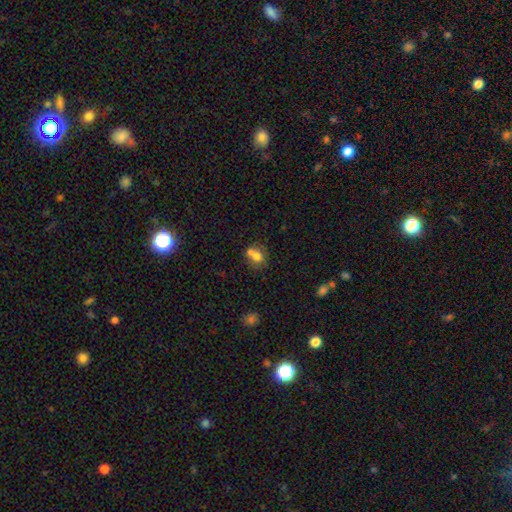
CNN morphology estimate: smooth 70%, featured or disk 19%, star or artifact 11%. Down the decision tree: how rounded — round (59%); merging — merger (50%).